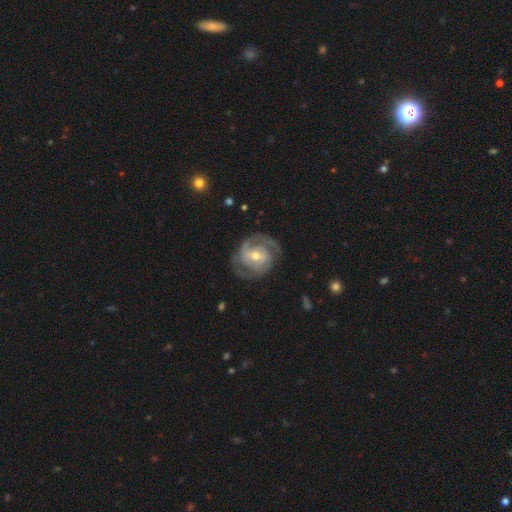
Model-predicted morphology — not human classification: smooth_or_featured: featured or disk (p=0.89) [alt: smooth p=0.07]
disk_edge_on: no (p=0.98) [alt: yes p=0.02]
bar: weak (p=0.42) [alt: no p=0.38]
has_spiral_arms: yes (p=0.97) [alt: no p=0.03]
spiral_winding: tight (p=0.50) [alt: medium p=0.42]
spiral_arm_count: 2 (p=0.62) [alt: 3 p=0.20]
bulge_size: moderate (p=0.60) [alt: small p=0.36]
merging: none (p=0.76) [alt: minor disturbance p=0.15]